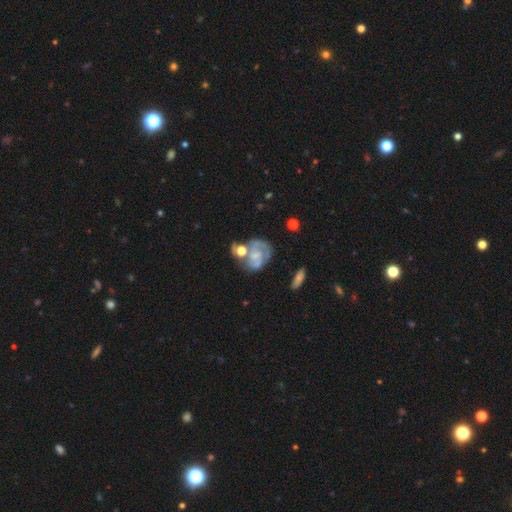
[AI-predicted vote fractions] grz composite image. It shows a featured or disk galaxy (69%) with no bar (66%), 2 (46%) tight (41%) spiral arms (78%) and a small central bulge (43%). Merging: none (40%).